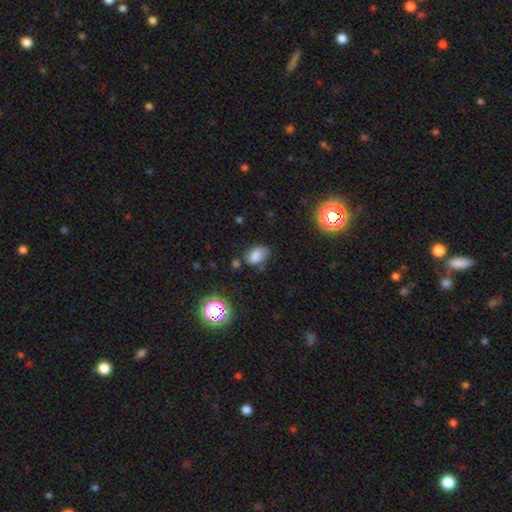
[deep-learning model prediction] Smooth or featured? smooth (77%)
How rounded? in between (87%)
Merging? none (65%)